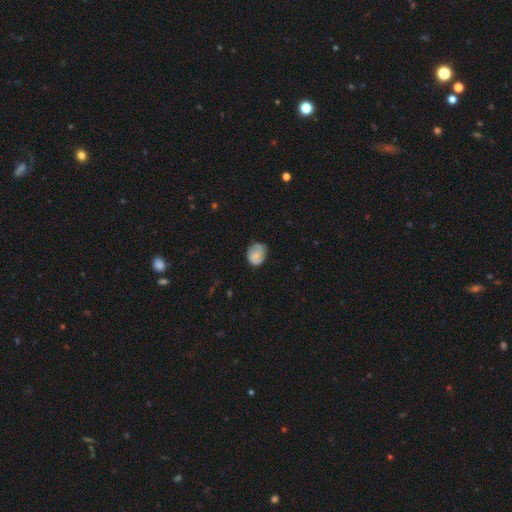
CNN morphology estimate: smooth 68%, featured or disk 24%, star or artifact 8%. Down the decision tree: how rounded — round (65%); merging — none (60%).